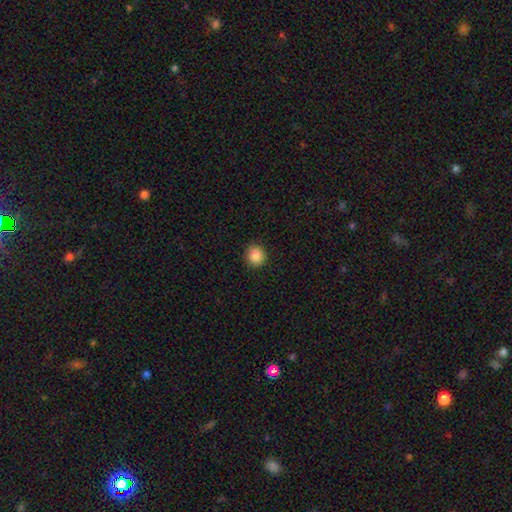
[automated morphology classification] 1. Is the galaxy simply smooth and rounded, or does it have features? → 86% smooth, 10% star or artifact, 4% featured or disk.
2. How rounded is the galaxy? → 89% round, 10% in between, 1% cigar-shaped.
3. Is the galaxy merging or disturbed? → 91% none, 6% minor disturbance, 2% major disturbance, 1% merger.